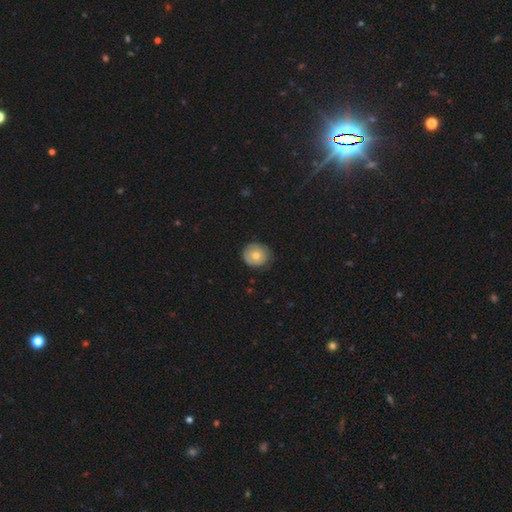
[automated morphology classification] Overall: smooth (69%). How rounded: round (83%). Merging: none (77%).